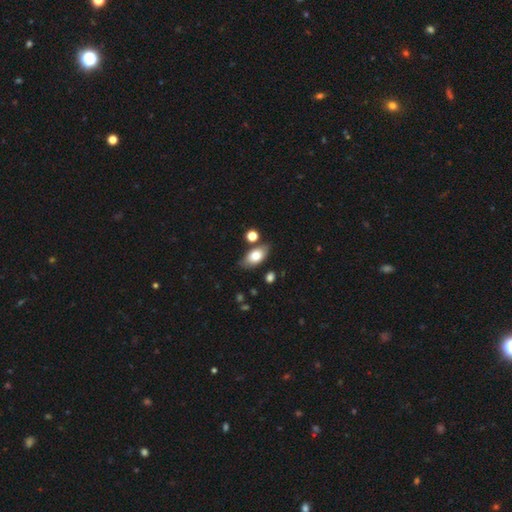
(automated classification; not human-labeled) Smooth or featured: smooth — 76% (featured or disk — 16%)
How rounded: in between — 90% (round — 6%)
Merging: none — 76% (minor disturbance — 14%)